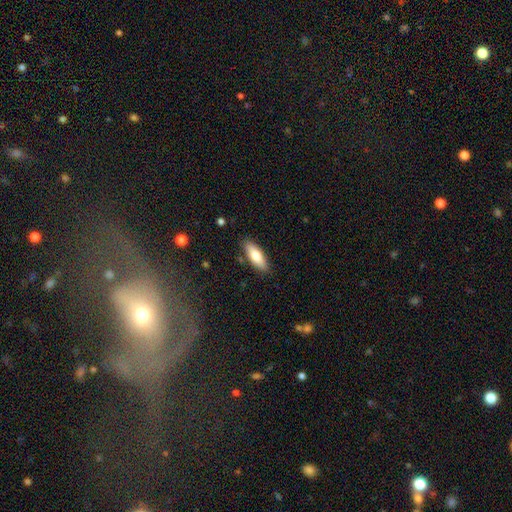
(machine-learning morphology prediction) This appears to be a smooth galaxy with no disk features (73%) that is in between round and cigar-shaped (63%). Merging: none (86%).